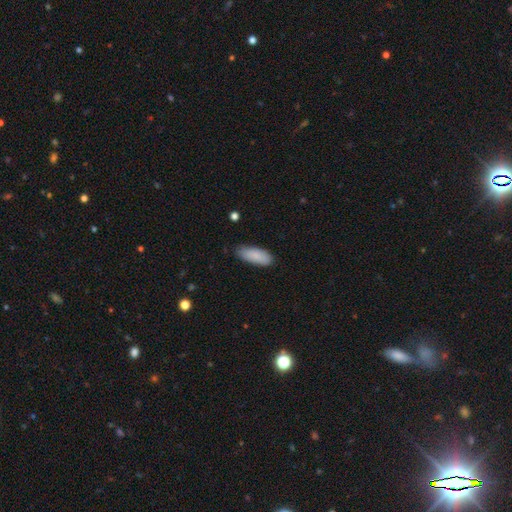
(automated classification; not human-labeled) Smooth or featured?
  - smooth: 87% *
  - featured or disk: 7%
  - star or artifact: 6%
How rounded?
  - in between: 77% *
  - cigar-shaped: 21%
  - round: 2%
Merging?
  - none: 76% *
  - minor disturbance: 20%
  - major disturbance: 3%
  - merger: 1%